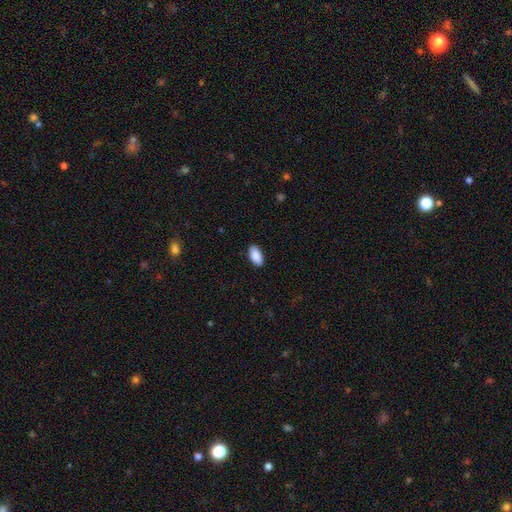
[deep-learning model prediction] This appears to be a smooth galaxy with no disk features (90%) that is in between round and cigar-shaped (94%). Merging: none (88%).